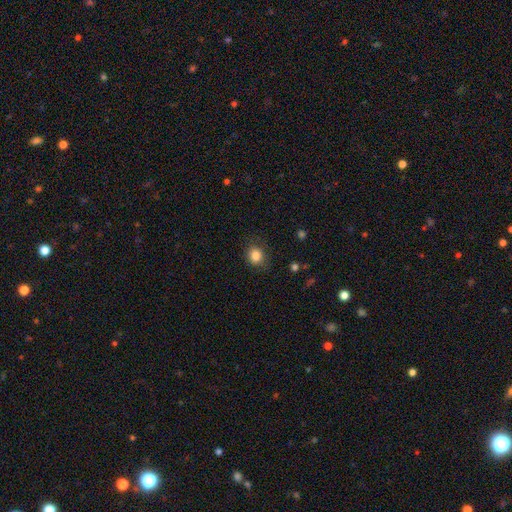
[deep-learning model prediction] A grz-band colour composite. It shows a smooth galaxy with no disk features (84%) that is round (66%). Merging: none (81%).